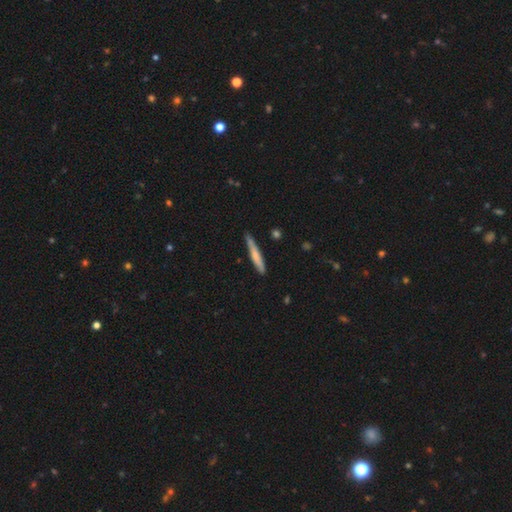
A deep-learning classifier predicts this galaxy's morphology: Smooth or featured: smooth — 66% (featured or disk — 29%)
How rounded: cigar-shaped — 94% (in between — 4%)
Merging: none — 80% (minor disturbance — 16%)